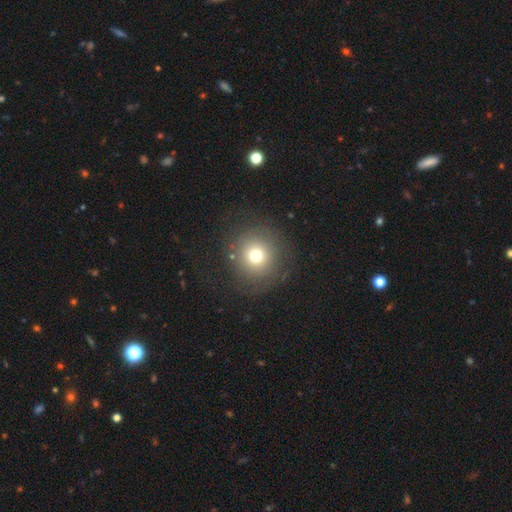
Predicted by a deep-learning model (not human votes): Smooth or featured? smooth (70%)
How rounded? round (93%)
Merging? none (82%)